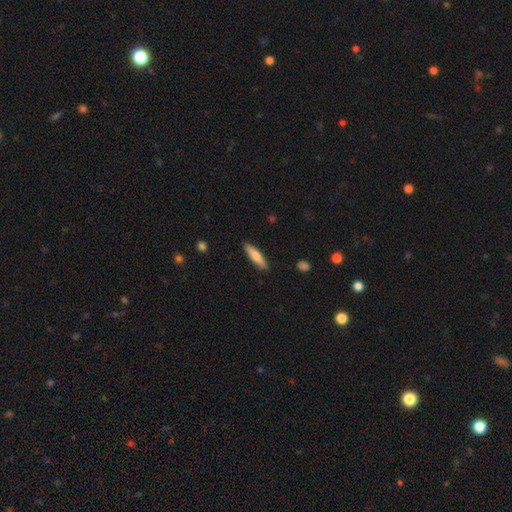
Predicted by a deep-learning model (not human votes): Q: Smooth or featured?
A: smooth (73%); runner-up: featured or disk (21%)
Q: How rounded?
A: cigar-shaped (79%); runner-up: in between (20%)
Q: Merging?
A: none (89%); runner-up: minor disturbance (8%)